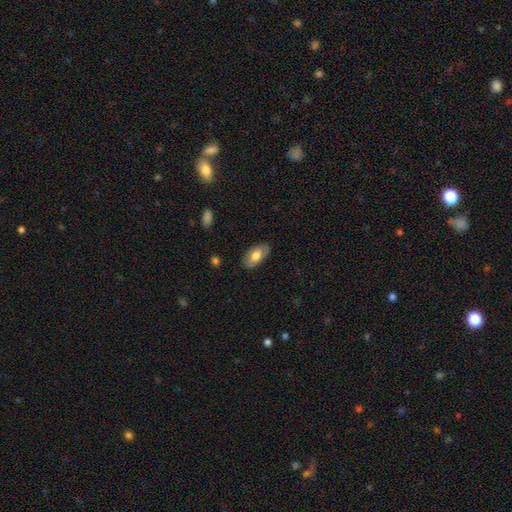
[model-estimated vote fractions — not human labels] Smooth or featured?
  - smooth: 65% *
  - featured or disk: 29%
  - star or artifact: 6%
How rounded?
  - in between: 94% *
  - round: 3%
  - cigar-shaped: 2%
Merging?
  - none: 83% *
  - minor disturbance: 13%
  - major disturbance: 3%
  - merger: 1%